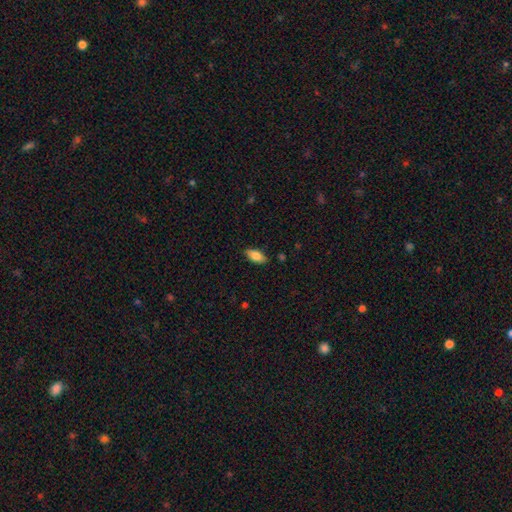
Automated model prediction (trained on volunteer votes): This is clearly a smooth galaxy (82%). How rounded: clearly in between (88%). Merging: clearly none (85%).